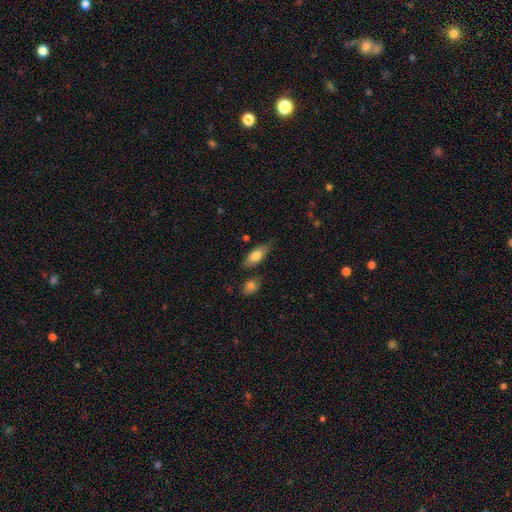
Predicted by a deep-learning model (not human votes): Q: Smooth or featured?
A: smooth (76%); runner-up: featured or disk (18%)
Q: How rounded?
A: in between (79%); runner-up: cigar-shaped (18%)
Q: Merging?
A: none (71%); runner-up: minor disturbance (19%)